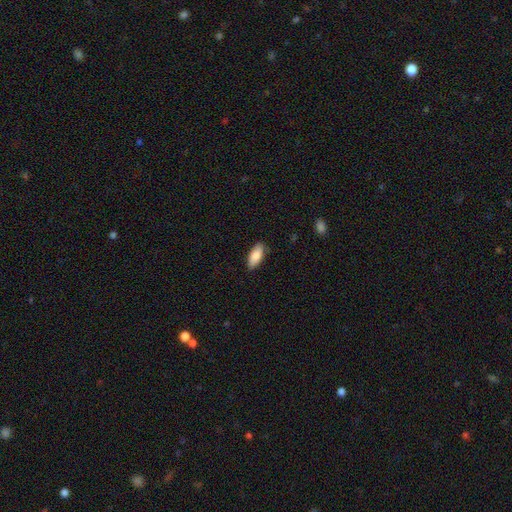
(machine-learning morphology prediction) This is clearly a smooth galaxy (86%). How rounded: clearly in between (83%). Merging: clearly none (84%).